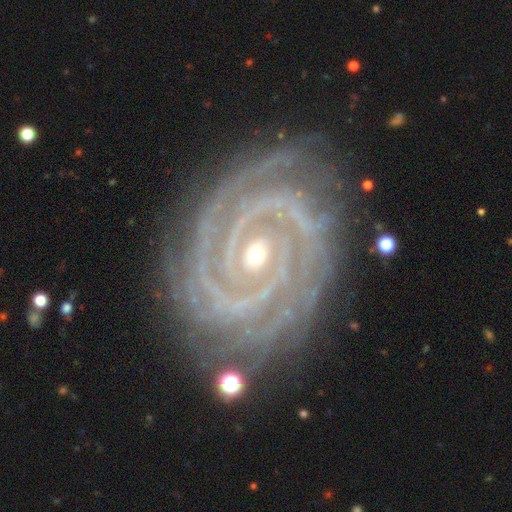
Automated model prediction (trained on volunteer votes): This is clearly a featured or disk galaxy (93%). It is clearly not viewed edge-on (97%). Bar: likely no (60%). Spiral arm pattern: clearly yes (99%). Spiral arm count: marginally 2 (39%). Spiral winding: clearly tight (86%). Central bulge: possibly small (55%). Merging: likely none (78%).